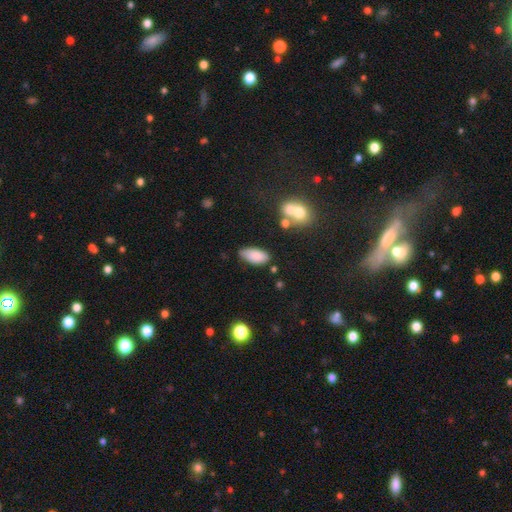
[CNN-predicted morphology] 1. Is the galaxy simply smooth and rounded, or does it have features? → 84% smooth, 8% featured or disk, 7% star or artifact.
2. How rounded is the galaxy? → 92% in between, 5% cigar-shaped, 2% round.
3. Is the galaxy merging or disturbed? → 72% none, 20% minor disturbance, 4% major disturbance, 4% merger.